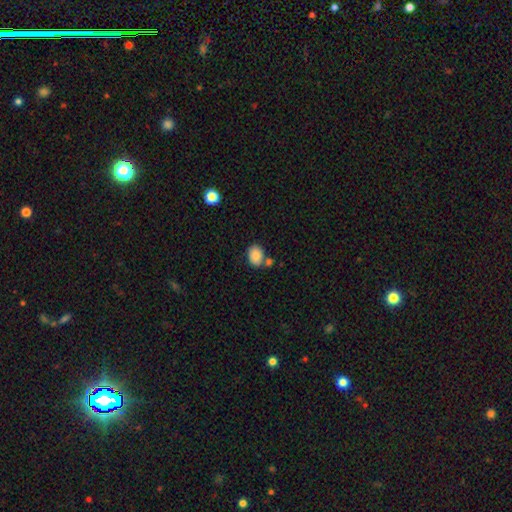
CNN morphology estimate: Smooth or featured? smooth (88%)
How rounded? in between (72%)
Merging? none (65%)